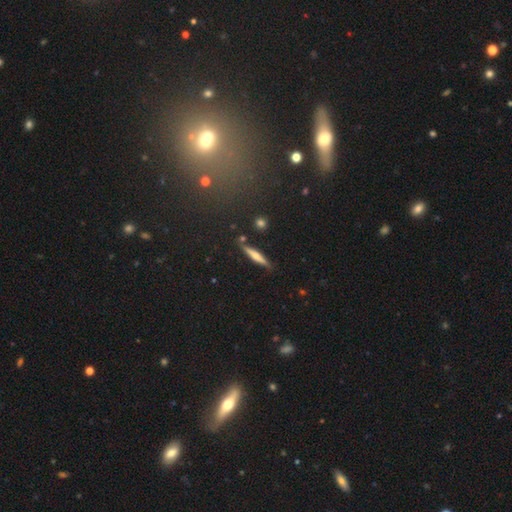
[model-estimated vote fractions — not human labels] This is possibly a smooth galaxy (50%). Merging: clearly none (85%).